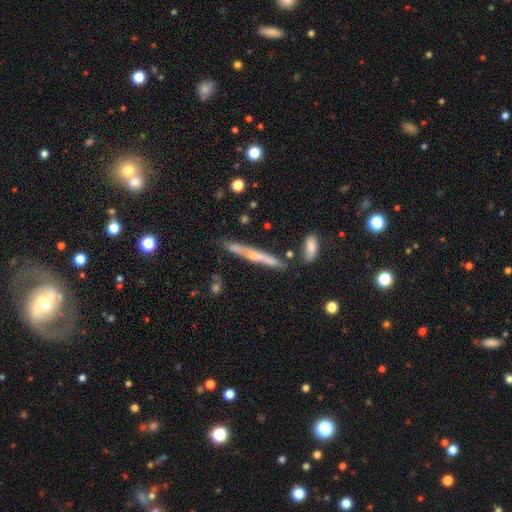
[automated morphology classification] smooth-or-featured: featured or disk: 58% | smooth: 34% | star or artifact: 8%
  disk-edge-on: yes: 95% | no: 5%
    edge-on-bulge: rounded: 50% | none: 43% | boxy: 7%
  merging: none: 79% | minor disturbance: 13% | merger: 5% | major disturbance: 3%